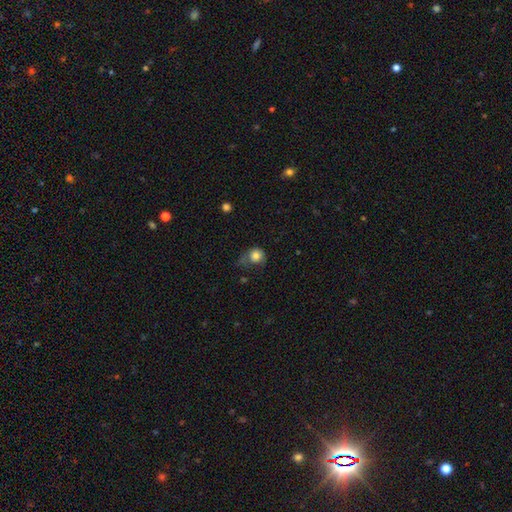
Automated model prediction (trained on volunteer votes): Overall: smooth (76%). How rounded: round (78%). Merging: none (34%; major disturbance 31%).